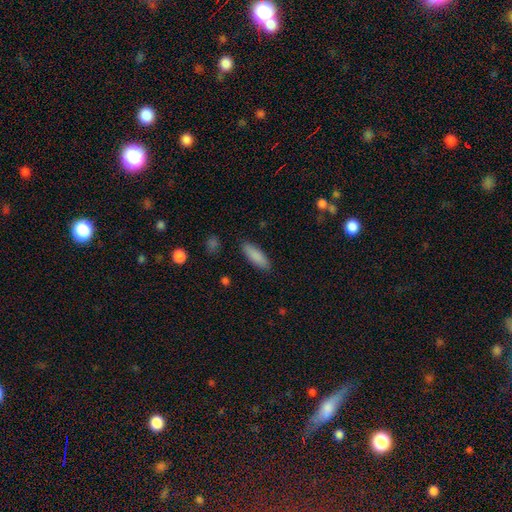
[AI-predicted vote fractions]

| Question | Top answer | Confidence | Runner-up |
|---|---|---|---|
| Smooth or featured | smooth | 87% | star or artifact (6%) |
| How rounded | in between | 57% | cigar-shaped (42%) |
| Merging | none | 87% | minor disturbance (9%) |